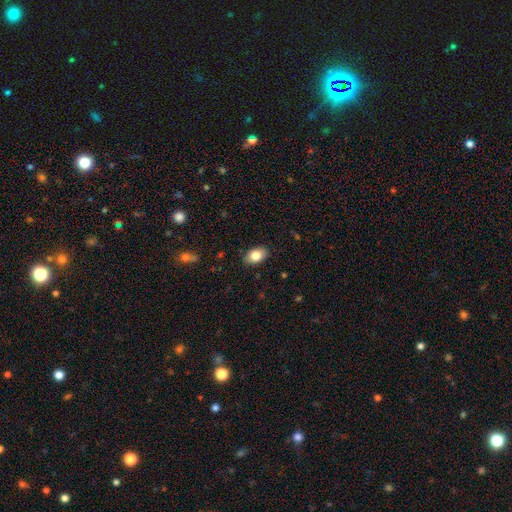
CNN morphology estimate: Smooth or featured? smooth (82%)
How rounded? in between (88%)
Merging? none (87%)